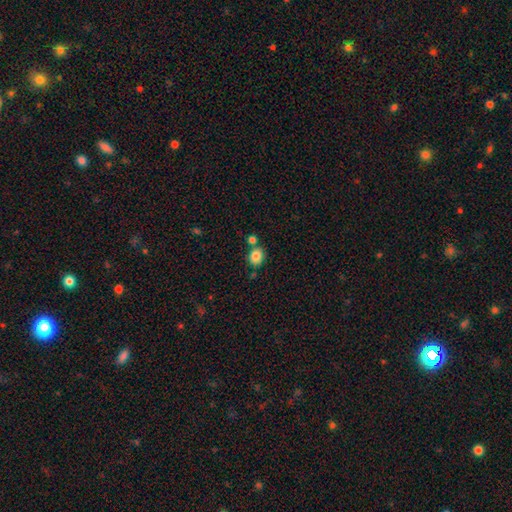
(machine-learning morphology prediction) Smooth or featured? Predicted: smooth (p=0.83). How rounded? Predicted: round (p=0.62). Merging? Predicted: none (p=0.67).